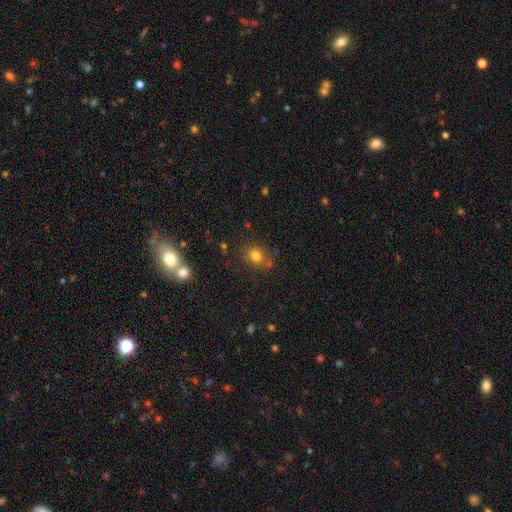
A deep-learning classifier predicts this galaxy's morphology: This appears to be a smooth galaxy with no disk features (77%) that is round (67%). Merging: none (74%).